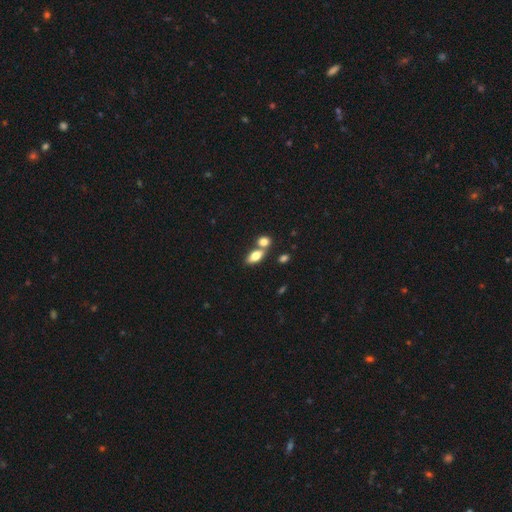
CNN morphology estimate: Smooth or featured? Predicted: smooth (p=0.74). How rounded? Predicted: in between (p=0.82). Merging? Predicted: none (p=0.48).